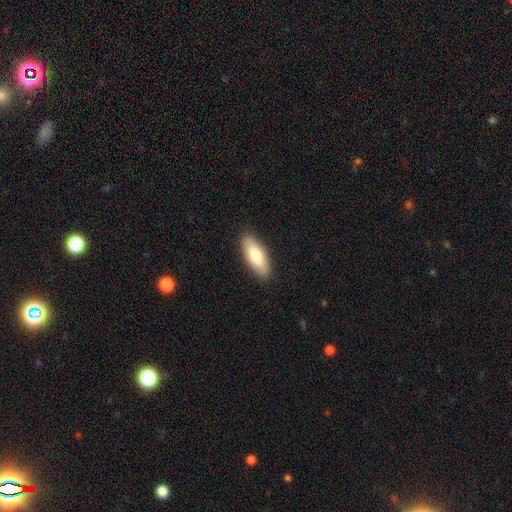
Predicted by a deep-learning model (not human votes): Q: Smooth or featured?
A: smooth (79%); runner-up: featured or disk (16%)
Q: How rounded?
A: in between (73%); runner-up: cigar-shaped (25%)
Q: Merging?
A: none (89%); runner-up: minor disturbance (8%)